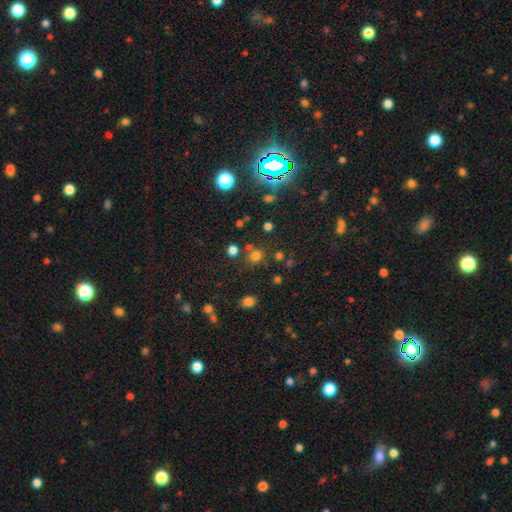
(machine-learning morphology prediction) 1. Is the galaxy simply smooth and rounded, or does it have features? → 71% smooth, 23% star or artifact, 6% featured or disk.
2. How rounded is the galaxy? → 84% round, 15% in between, 1% cigar-shaped.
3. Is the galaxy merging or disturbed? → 73% none, 12% merger, 10% minor disturbance, 5% major disturbance.